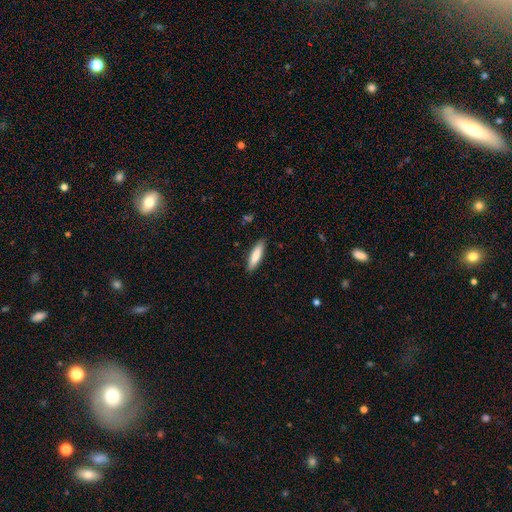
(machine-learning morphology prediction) Overall: smooth (82%). How rounded: cigar-shaped (67%; in between 32%). Merging: none (87%).